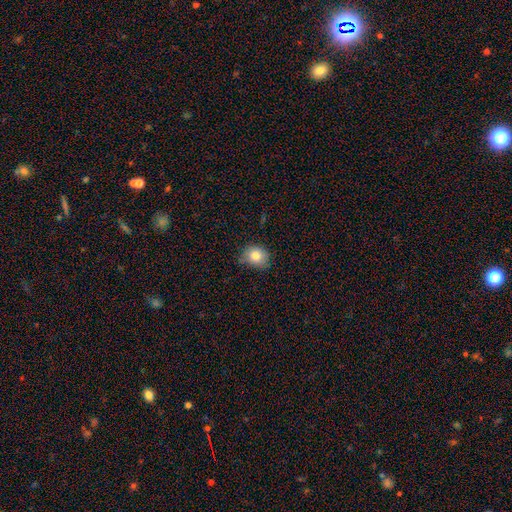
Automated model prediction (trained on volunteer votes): This appears to be a smooth galaxy with no disk features (81%) that is round (67%). Merging: none (67%).